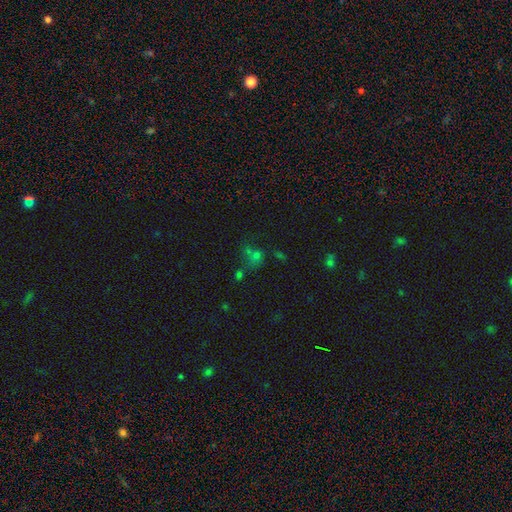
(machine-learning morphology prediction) A smooth galaxy with no disk features (49%).

Vote fractions:
- Smooth or featured? smooth: 49% / star or artifact: 37% / featured or disk: 15%
- Merging? none: 42% / merger: 35% / minor disturbance: 12% / major disturbance: 12%